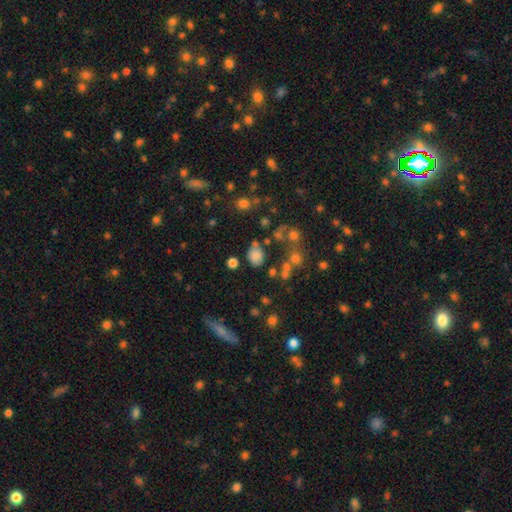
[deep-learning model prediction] smooth 76%, star or artifact 16%, featured or disk 8%. Down the decision tree: how rounded — round (53%); merging — none (64%).